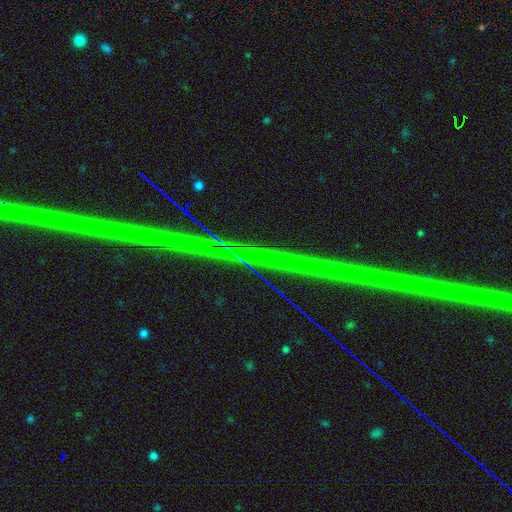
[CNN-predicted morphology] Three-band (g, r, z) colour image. It shows a star or artifact, not a galaxy (89%).